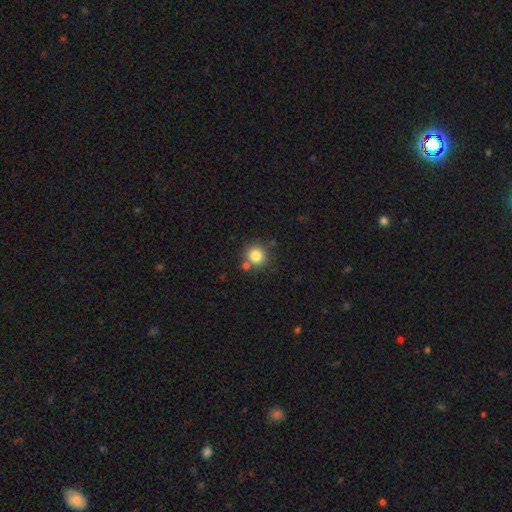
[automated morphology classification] A smooth galaxy with no disk features (82%) that is round (92%). Merging: none (76%).